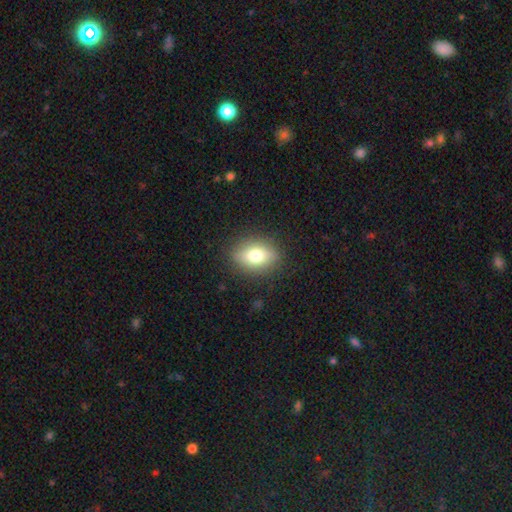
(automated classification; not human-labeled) smooth-or-featured: smooth: 74% | featured or disk: 16% | star or artifact: 10%
  how-rounded: in between: 70% | round: 27% | cigar-shaped: 3%
  merging: none: 86% | minor disturbance: 10% | major disturbance: 3% | merger: 1%